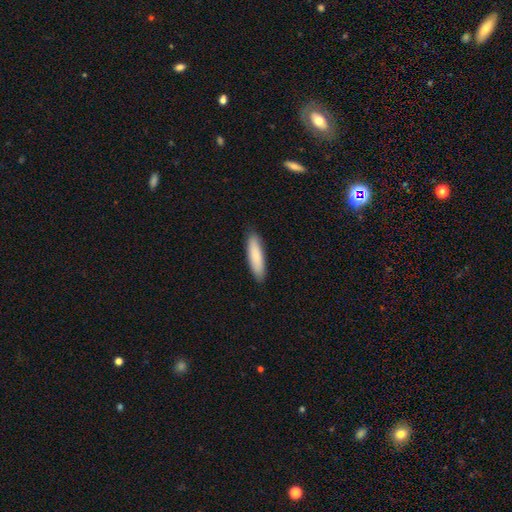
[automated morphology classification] Smooth or featured? Predicted: smooth (p=0.86). How rounded? Predicted: cigar-shaped (p=0.68). Merging? Predicted: none (p=0.88).